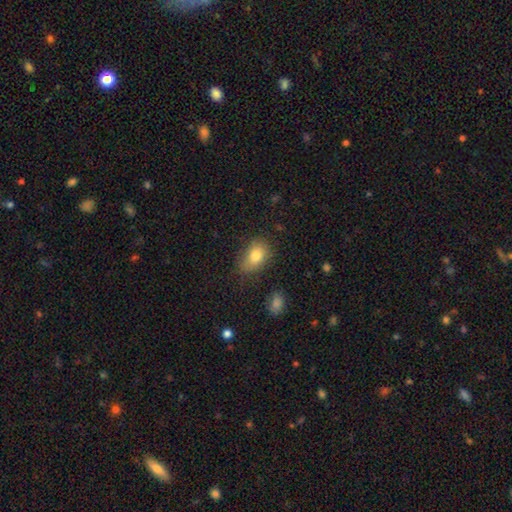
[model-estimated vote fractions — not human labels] Smooth or featured? Predicted: smooth (p=0.80). How rounded? Predicted: in between (p=0.83). Merging? Predicted: none (p=0.70).